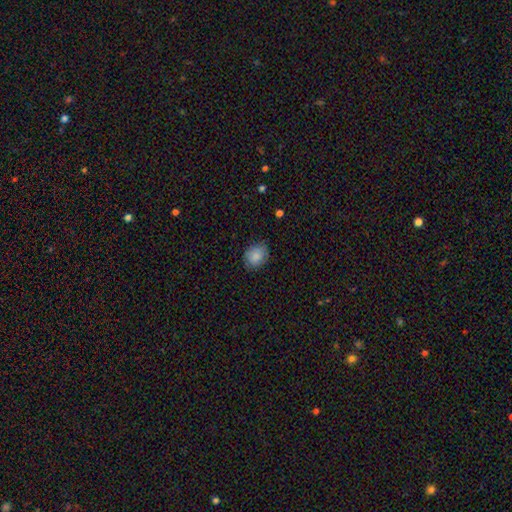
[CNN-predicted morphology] Q: Smooth or featured?
A: smooth (85%); runner-up: star or artifact (8%)
Q: How rounded?
A: round (51%); runner-up: in between (48%)
Q: Merging?
A: none (75%); runner-up: minor disturbance (20%)